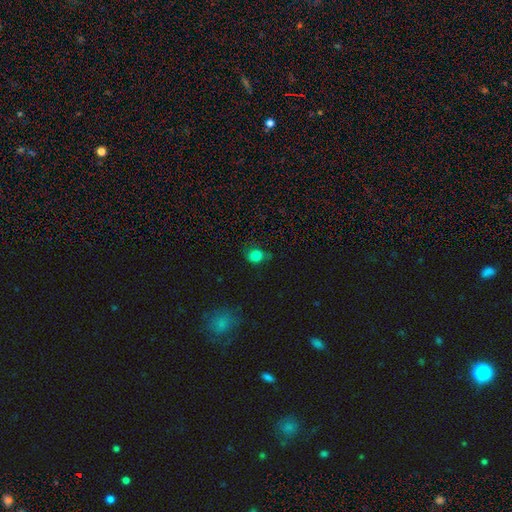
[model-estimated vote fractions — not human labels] A smooth galaxy with no disk features (82%) that is round (72%). Merging: none (64%).